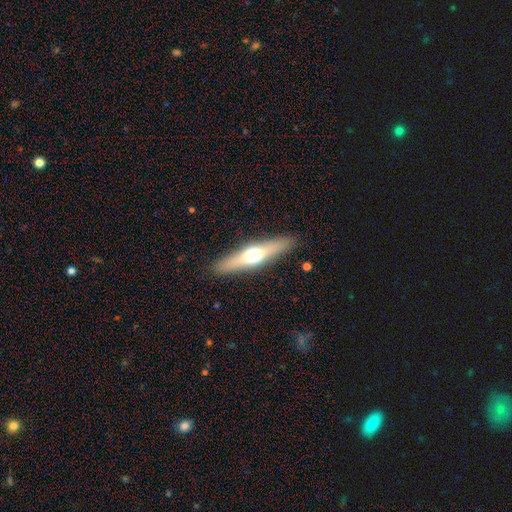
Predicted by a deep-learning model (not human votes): The model was most divided on "smooth or featured": featured or disk: 55%, smooth: 39%, star or artifact: 6%. More confident: edge-on bulge — rounded (93%); edge-on disk — yes (92%); merging — none (90%).